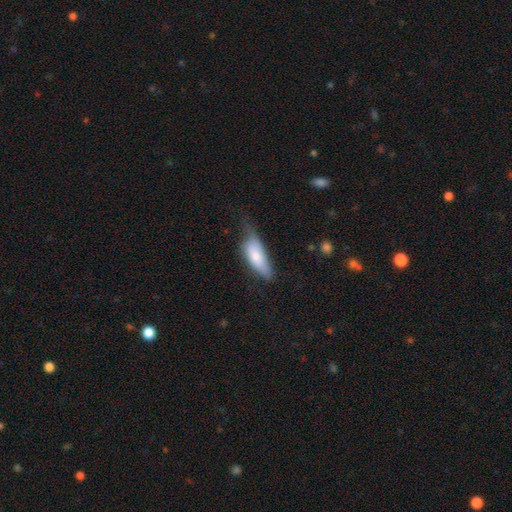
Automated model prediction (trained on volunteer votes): Overall: smooth (73%). How rounded: in between (71%). Merging: minor disturbance (42%; none 35%).